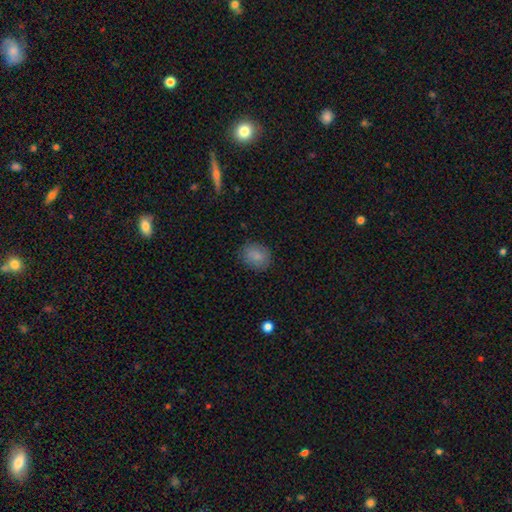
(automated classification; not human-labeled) The model was most divided on "how rounded": round: 60%, in between: 39%, cigar-shaped: 1%. More confident: smooth or featured — smooth (85%); merging — none (83%).